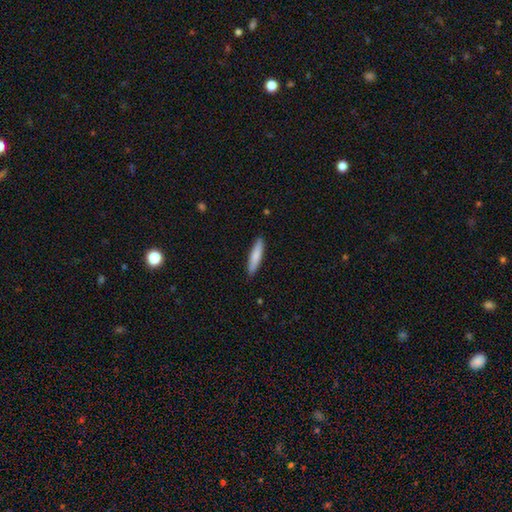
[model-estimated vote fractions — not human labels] Q: Smooth or featured?
A: smooth (80%); runner-up: featured or disk (14%)
Q: How rounded?
A: cigar-shaped (84%); runner-up: in between (15%)
Q: Merging?
A: none (89%); runner-up: minor disturbance (9%)